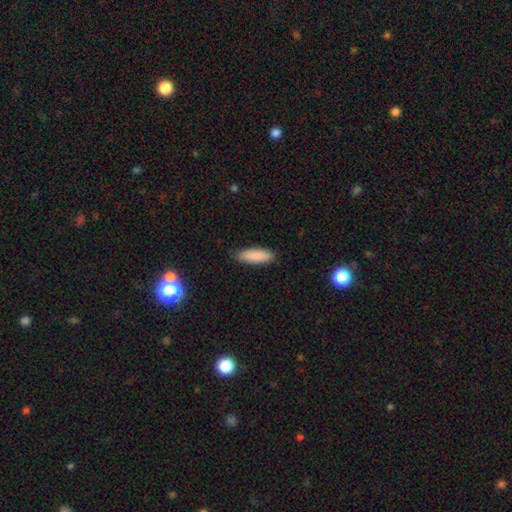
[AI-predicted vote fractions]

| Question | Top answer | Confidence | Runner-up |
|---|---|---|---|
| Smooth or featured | smooth | 88% | star or artifact (6%) |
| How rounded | in between | 55% | cigar-shaped (44%) |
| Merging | none | 85% | minor disturbance (12%) |